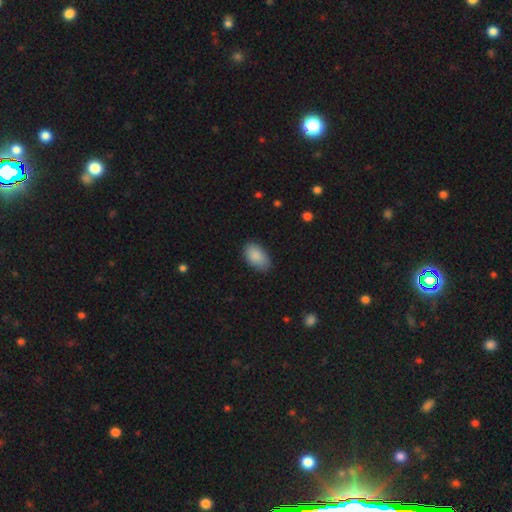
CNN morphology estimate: A smooth galaxy with no disk features (89%) that is in between round and cigar-shaped (93%). Merging: none (81%).